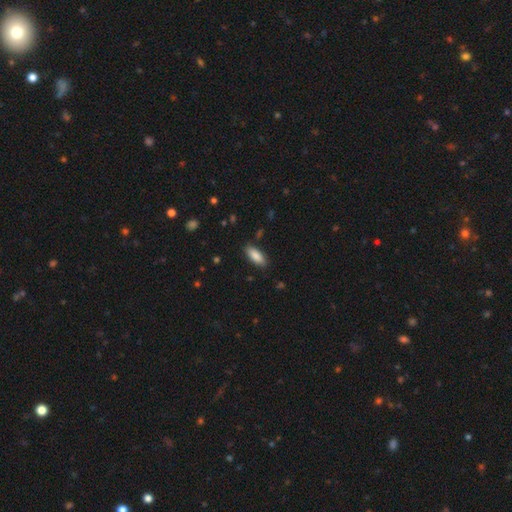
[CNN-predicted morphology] A smooth galaxy with no disk features (88%) that is in between round and cigar-shaped (74%).

Vote fractions:
- Smooth or featured? smooth: 88% / star or artifact: 6% / featured or disk: 6%
- How rounded? in between: 74% / cigar-shaped: 24% / round: 2%
- Merging? none: 87% / minor disturbance: 10% / major disturbance: 2% / merger: 1%